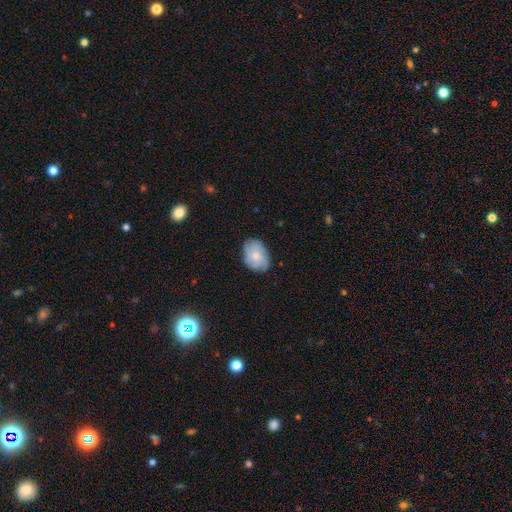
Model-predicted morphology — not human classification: smooth 60%, featured or disk 33%, star or artifact 8%. Down the decision tree: how rounded — in between (79%); merging — none (75%).